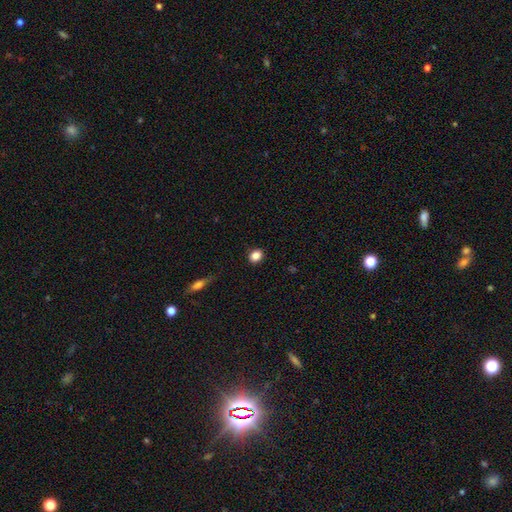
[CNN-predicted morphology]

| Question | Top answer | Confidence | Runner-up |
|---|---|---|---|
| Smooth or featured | smooth | 86% | star or artifact (10%) |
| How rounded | round | 61% | in between (37%) |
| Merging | none | 89% | minor disturbance (8%) |